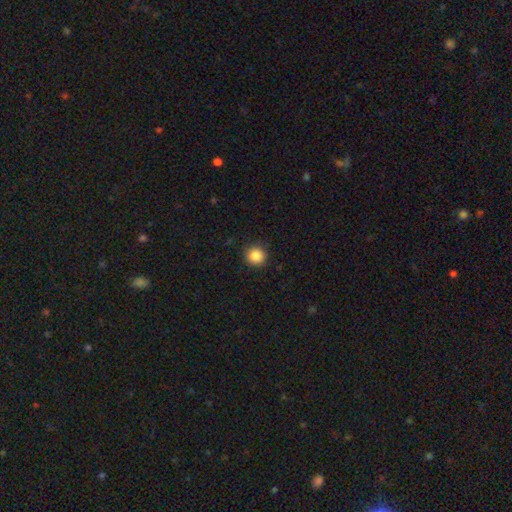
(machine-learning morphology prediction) smooth 86%, star or artifact 10%, featured or disk 4%. Down the decision tree: how rounded — round (94%); merging — none (91%).